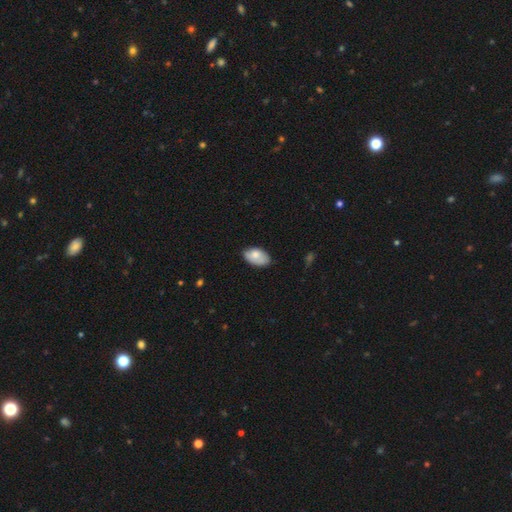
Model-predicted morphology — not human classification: The model was most divided on "merging": none: 68%, minor disturbance: 27%, major disturbance: 4%, merger: 1%. More confident: how rounded — in between (93%); smooth or featured — smooth (78%).